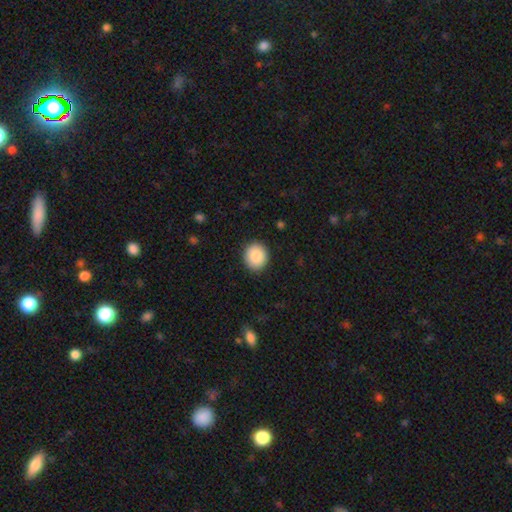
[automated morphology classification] A smooth galaxy with no disk features (87%) that is round (81%).

Vote fractions:
- Smooth or featured? smooth: 87% / star or artifact: 8% / featured or disk: 5%
- How rounded? round: 81% / in between: 18% / cigar-shaped: 1%
- Merging? none: 91% / minor disturbance: 7% / major disturbance: 2% / merger: 1%